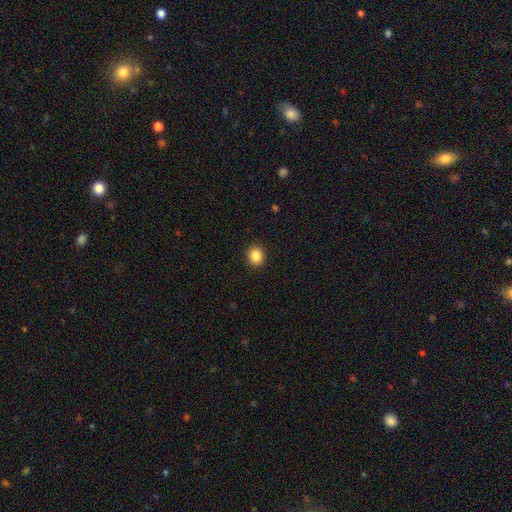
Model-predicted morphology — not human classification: This appears to be a smooth galaxy with no disk features (87%) that is round (75%). Merging: none (91%).